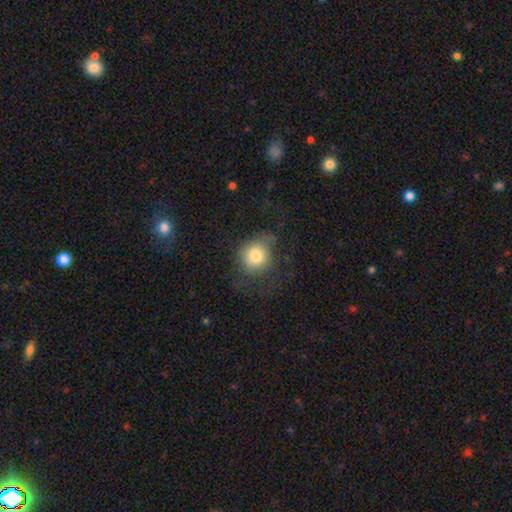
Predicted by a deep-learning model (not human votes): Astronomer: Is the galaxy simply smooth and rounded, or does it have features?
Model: smooth — 78%.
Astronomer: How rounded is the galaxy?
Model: round — 85%.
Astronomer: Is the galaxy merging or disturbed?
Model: none — 61%.